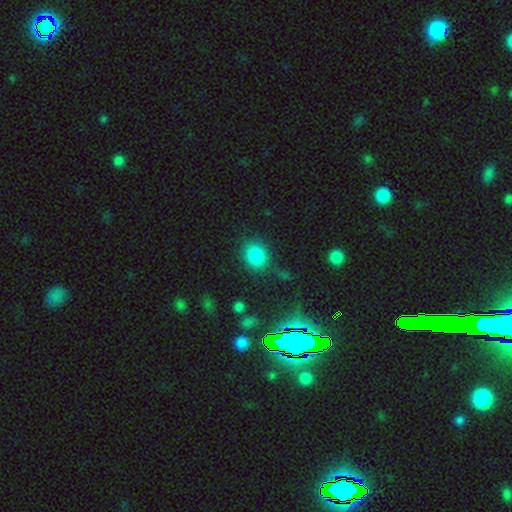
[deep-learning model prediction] Overall: smooth (82%). How rounded: round (66%; in between 32%). Merging: none (80%).